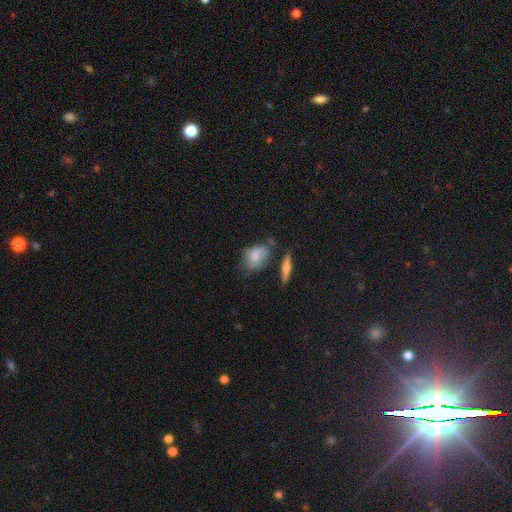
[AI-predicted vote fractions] smooth-or-featured: smooth: 74% | featured or disk: 19% | star or artifact: 8%
  how-rounded: in between: 70% | round: 26% | cigar-shaped: 3%
  merging: none: 46% | minor disturbance: 31% | major disturbance: 13% | merger: 10%